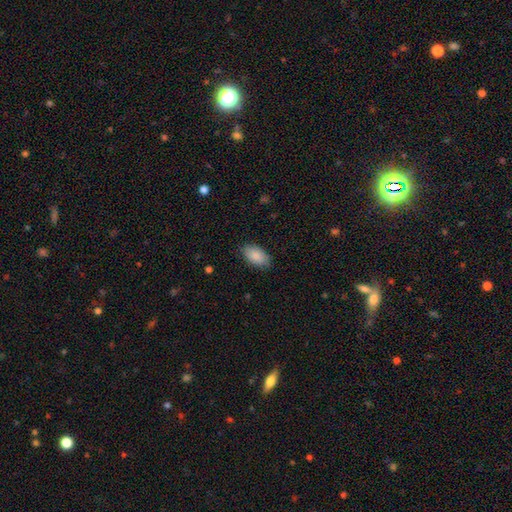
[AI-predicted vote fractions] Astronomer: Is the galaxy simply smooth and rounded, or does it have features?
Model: smooth — 89%.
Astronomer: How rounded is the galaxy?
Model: in between — 94%.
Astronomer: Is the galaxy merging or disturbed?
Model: none — 83%.